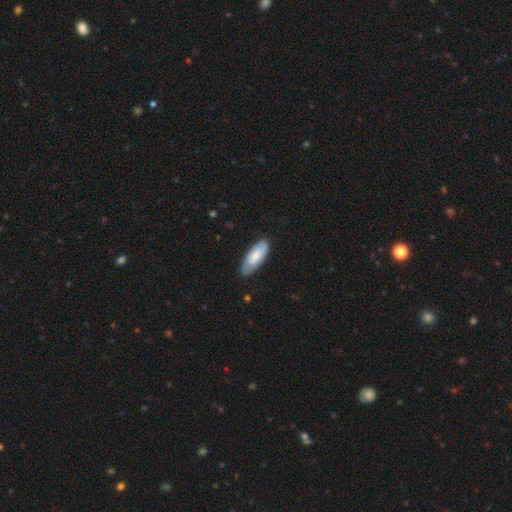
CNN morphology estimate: smooth-or-featured: smooth: 74% | featured or disk: 21% | star or artifact: 5%
  how-rounded: in between: 78% | cigar-shaped: 21% | round: 2%
  merging: none: 79% | minor disturbance: 17% | major disturbance: 3% | merger: 1%